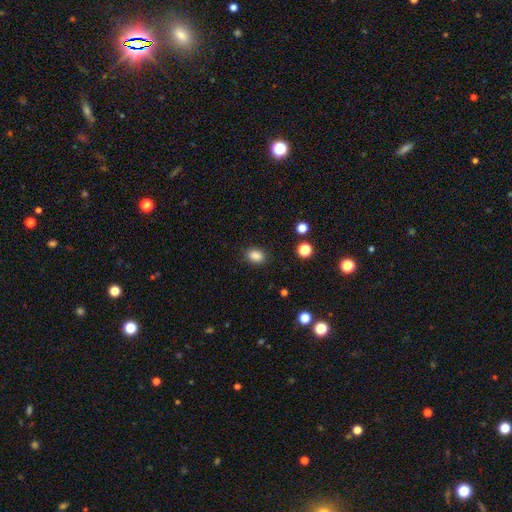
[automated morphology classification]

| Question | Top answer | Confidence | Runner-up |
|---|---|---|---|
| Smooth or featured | smooth | 86% | star or artifact (11%) |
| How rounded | in between | 69% | round (30%) |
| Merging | none | 86% | minor disturbance (10%) |